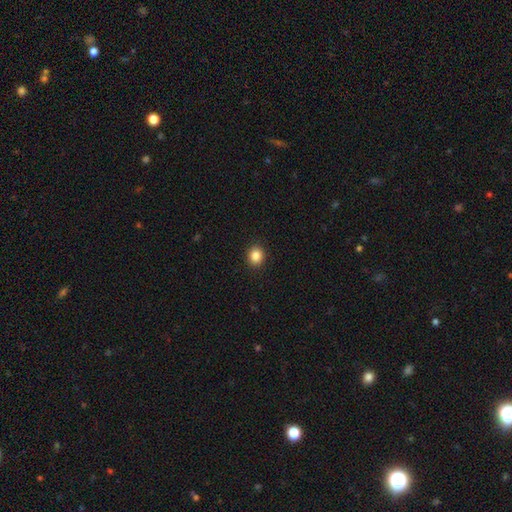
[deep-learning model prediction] smooth_or_featured: smooth (p=0.86) [alt: star or artifact p=0.10]
how_rounded: round (p=0.75) [alt: in between p=0.24]
merging: none (p=0.92) [alt: minor disturbance p=0.05]